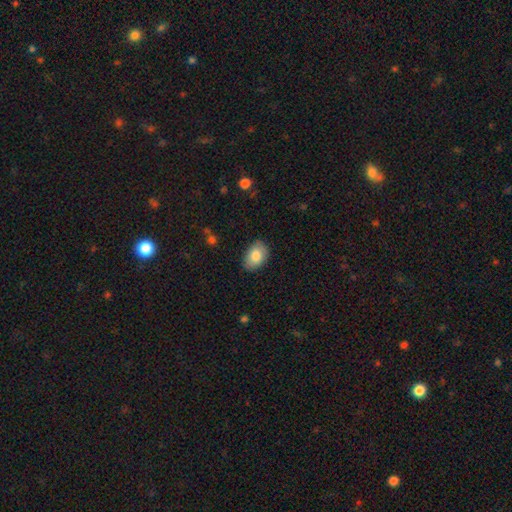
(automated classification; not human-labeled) Smooth or featured?
  - smooth: 83% *
  - featured or disk: 10%
  - star or artifact: 7%
How rounded?
  - in between: 87% *
  - round: 12%
  - cigar-shaped: 1%
Merging?
  - none: 83% *
  - minor disturbance: 13%
  - major disturbance: 2%
  - merger: 1%